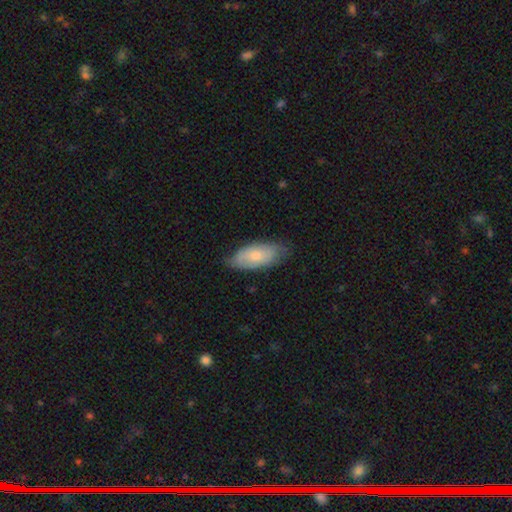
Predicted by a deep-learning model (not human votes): Smooth or featured? Predicted: smooth (p=0.71). How rounded? Predicted: in between (p=0.89). Merging? Predicted: none (p=0.69).